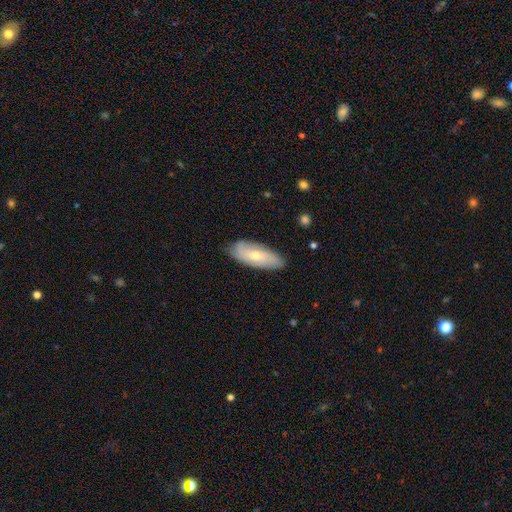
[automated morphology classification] This is possibly a smooth galaxy (50%). Merging: clearly none (80%).